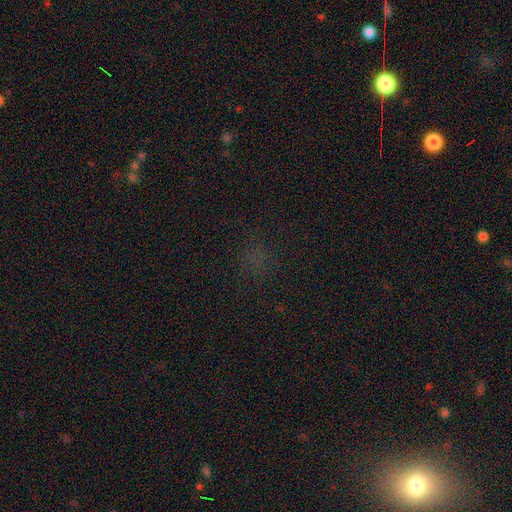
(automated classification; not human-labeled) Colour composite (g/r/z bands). It shows a star or artifact, not a galaxy (51%).